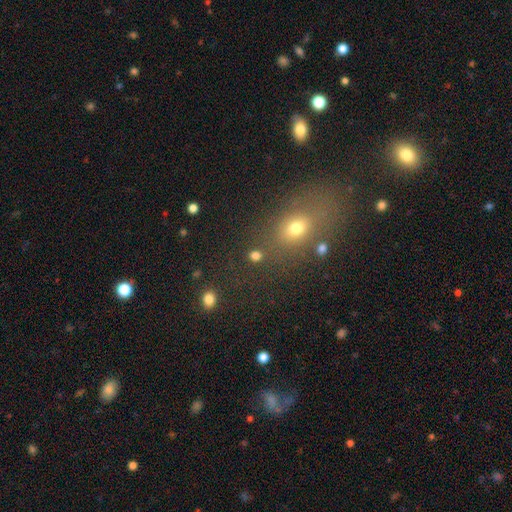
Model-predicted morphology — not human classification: smooth_or_featured: smooth (p=0.76) [alt: star or artifact p=0.18]
how_rounded: round (p=0.76) [alt: in between p=0.22]
merging: none (p=0.77) [alt: merger p=0.10]